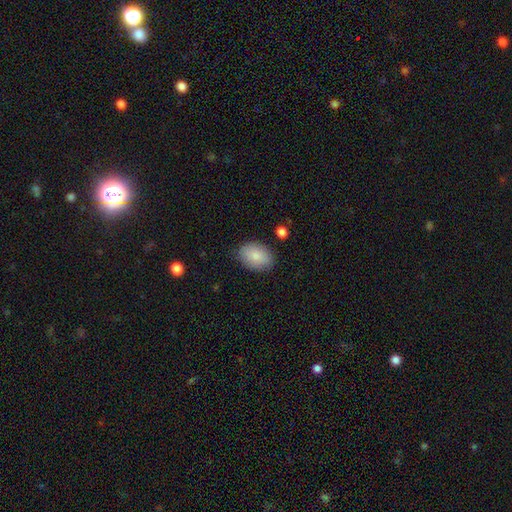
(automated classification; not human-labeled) smooth-or-featured: smooth: 85% | featured or disk: 8% | star or artifact: 7%
  how-rounded: in between: 83% | round: 16% | cigar-shaped: 1%
  merging: none: 83% | minor disturbance: 13% | major disturbance: 3% | merger: 2%